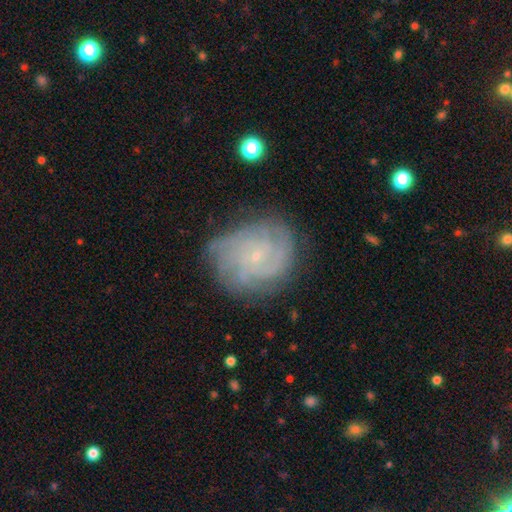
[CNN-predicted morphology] This is likely a featured or disk galaxy (77%). It is clearly not viewed edge-on (98%). Bar: likely no (76%). Spiral arm pattern: clearly yes (94%). Spiral arm count: marginally can't tell (35%). Spiral winding: likely tight (68%). Central bulge: clearly small (88%). Merging: likely none (73%).